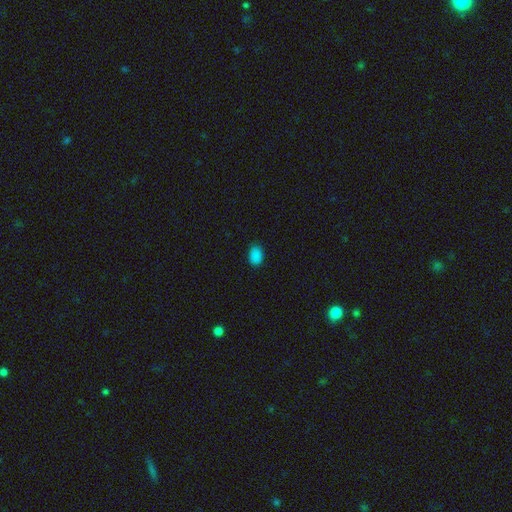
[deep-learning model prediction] smooth-or-featured: smooth: 86% | star or artifact: 12% | featured or disk: 3%
  how-rounded: in between: 84% | round: 15% | cigar-shaped: 1%
  merging: none: 85% | minor disturbance: 12% | major disturbance: 2% | merger: 1%